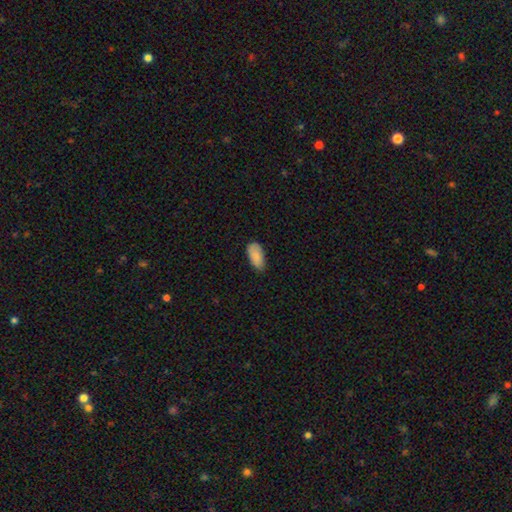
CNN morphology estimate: Smooth or featured?
  - smooth: 87% *
  - star or artifact: 7%
  - featured or disk: 7%
How rounded?
  - in between: 93% *
  - cigar-shaped: 5%
  - round: 2%
Merging?
  - none: 69% *
  - minor disturbance: 26%
  - major disturbance: 4%
  - merger: 1%